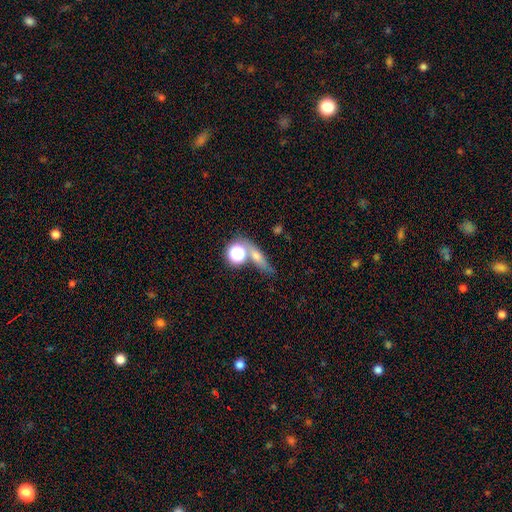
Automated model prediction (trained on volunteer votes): Smooth or featured?
  - smooth: 47% *
  - featured or disk: 29%
  - star or artifact: 24%
Merging?
  - none: 62% *
  - merger: 19%
  - minor disturbance: 12%
  - major disturbance: 7%